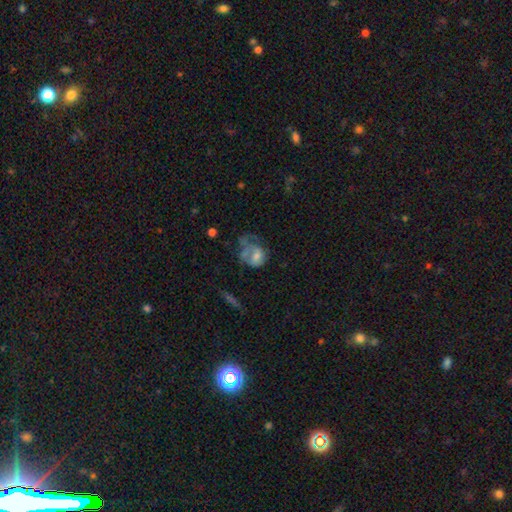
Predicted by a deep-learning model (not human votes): Smooth or featured: smooth — 52% (featured or disk — 37%)
How rounded: in between — 55% (round — 44%)
Merging: major disturbance — 49% (minor disturbance — 21%)